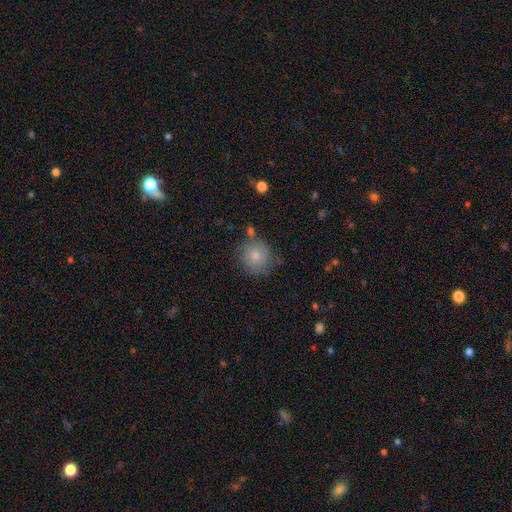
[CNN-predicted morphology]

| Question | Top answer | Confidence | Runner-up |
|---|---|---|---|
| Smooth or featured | smooth | 75% | featured or disk (17%) |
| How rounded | round | 88% | in between (11%) |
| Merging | none | 69% | minor disturbance (19%) |